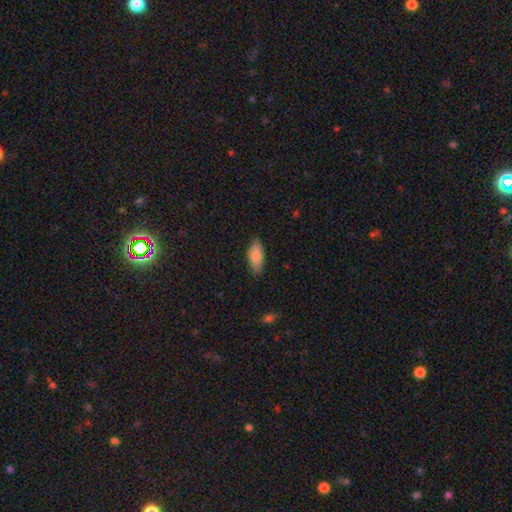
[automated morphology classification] The model was most divided on "how rounded": in between: 83%, cigar-shaped: 15%, round: 2%. More confident: smooth or featured — smooth (83%); merging — none (83%).